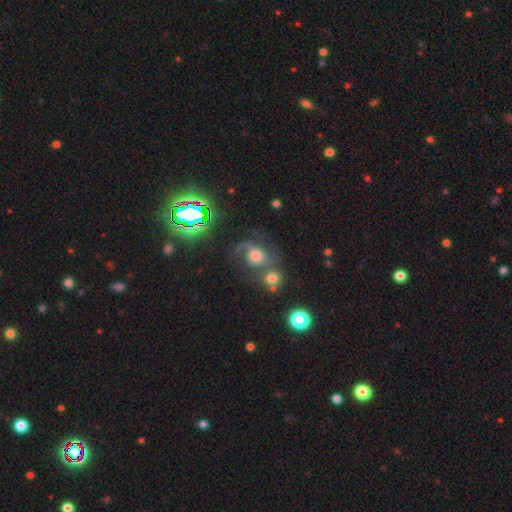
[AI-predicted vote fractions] A featured or disk galaxy (55%) with no bar (72%), spiral arms (89%) and a moderate central bulge (40%). Merging: none (42%).